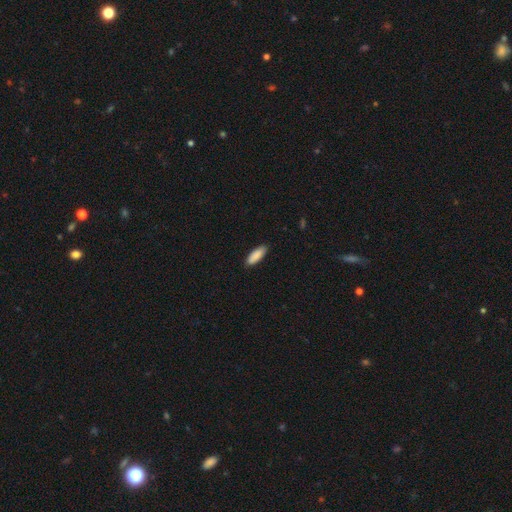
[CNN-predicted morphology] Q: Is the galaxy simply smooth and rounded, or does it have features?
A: smooth — 90%.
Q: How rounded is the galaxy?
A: in between — 66%.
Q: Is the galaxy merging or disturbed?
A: none — 88%.